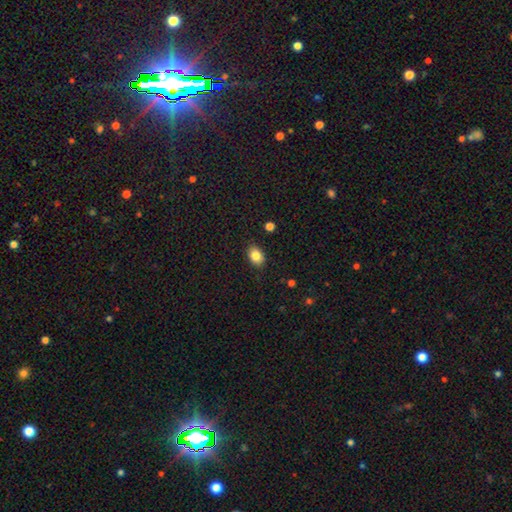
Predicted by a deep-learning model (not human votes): A smooth galaxy with no disk features (84%) that is in between round and cigar-shaped (75%). Merging: none (85%).